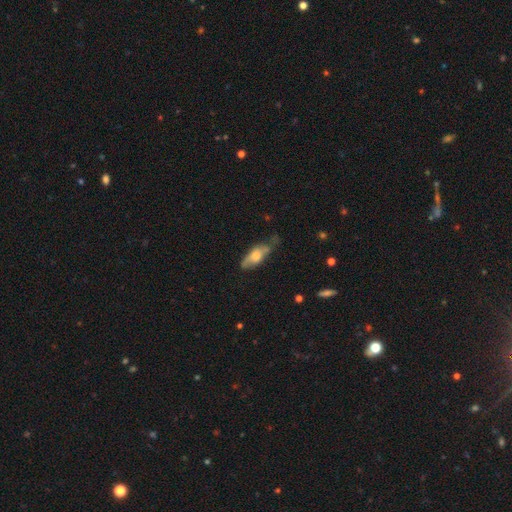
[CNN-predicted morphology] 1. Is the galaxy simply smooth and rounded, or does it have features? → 56% smooth, 37% featured or disk, 7% star or artifact.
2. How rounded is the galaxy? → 72% in between, 25% cigar-shaped, 3% round.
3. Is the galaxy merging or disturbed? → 47% none, 36% minor disturbance, 13% major disturbance, 4% merger.